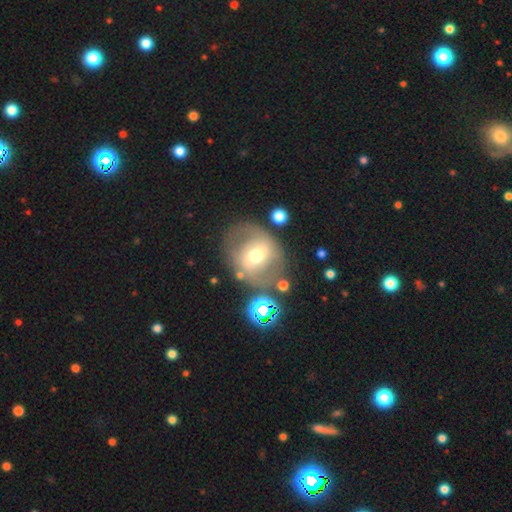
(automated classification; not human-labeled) A featured or disk galaxy (53%) with a weak bar (40%), no spiral arms (59%) and a moderate central bulge (68%). Merging: none (69%).